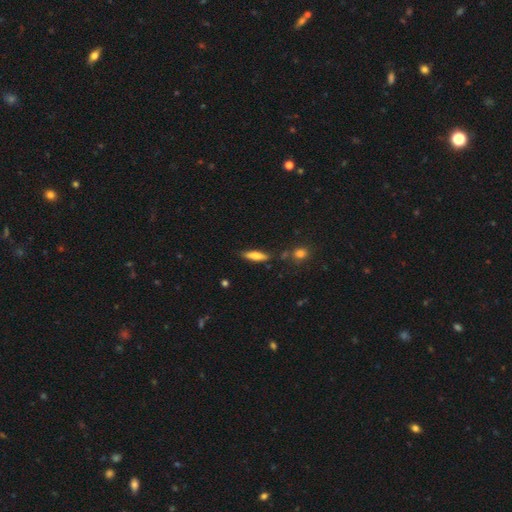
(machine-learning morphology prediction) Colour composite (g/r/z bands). It shows a smooth galaxy with no disk features (68%) that is cigar-shaped (68%). Merging: none (80%).